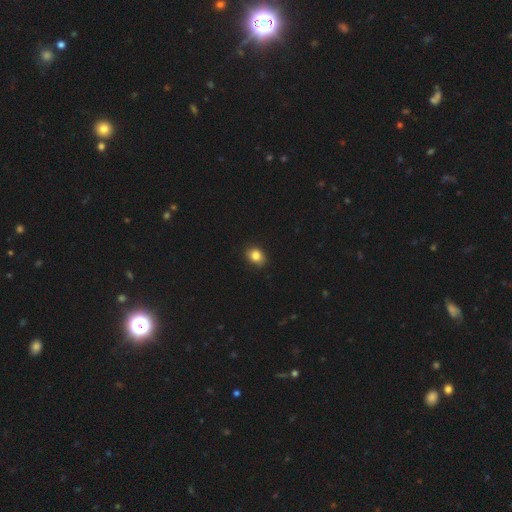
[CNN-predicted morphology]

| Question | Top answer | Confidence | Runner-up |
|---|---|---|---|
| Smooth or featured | smooth | 84% | star or artifact (10%) |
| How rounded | in between | 51% | round (48%) |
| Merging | none | 83% | minor disturbance (14%) |